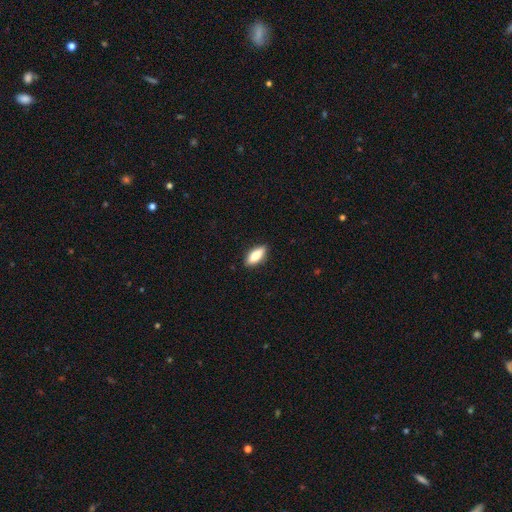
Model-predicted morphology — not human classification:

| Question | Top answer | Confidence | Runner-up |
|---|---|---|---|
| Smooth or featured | smooth | 77% | featured or disk (17%) |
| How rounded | in between | 75% | cigar-shaped (22%) |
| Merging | none | 89% | minor disturbance (9%) |